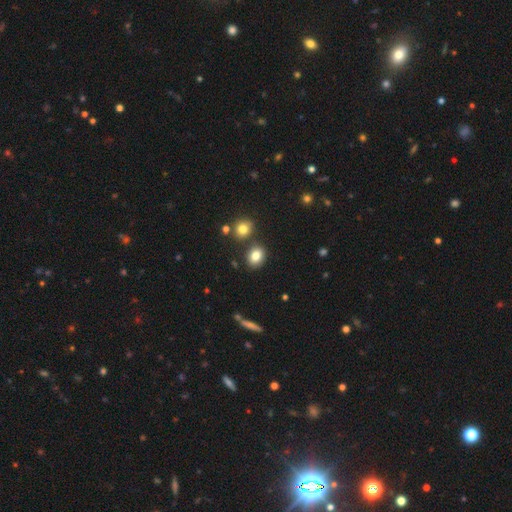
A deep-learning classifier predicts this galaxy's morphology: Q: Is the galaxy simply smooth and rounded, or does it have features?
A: smooth — 82%.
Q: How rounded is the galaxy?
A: round — 52%.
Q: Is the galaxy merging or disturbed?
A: none — 79%.